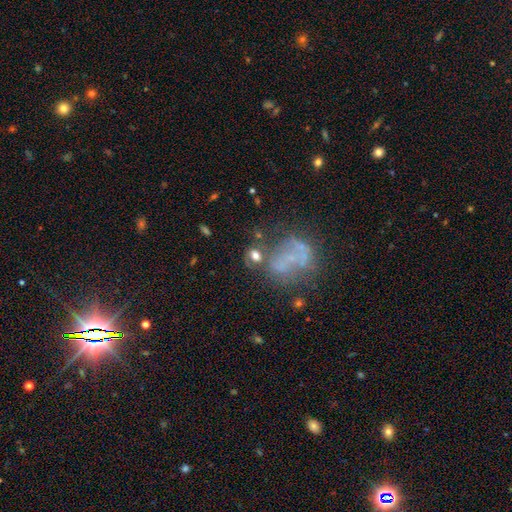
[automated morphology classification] Q: Smooth or featured?
A: smooth (58%); runner-up: featured or disk (27%)
Q: How rounded?
A: round (50%); runner-up: in between (48%)
Q: Merging?
A: none (47%); runner-up: merger (19%)